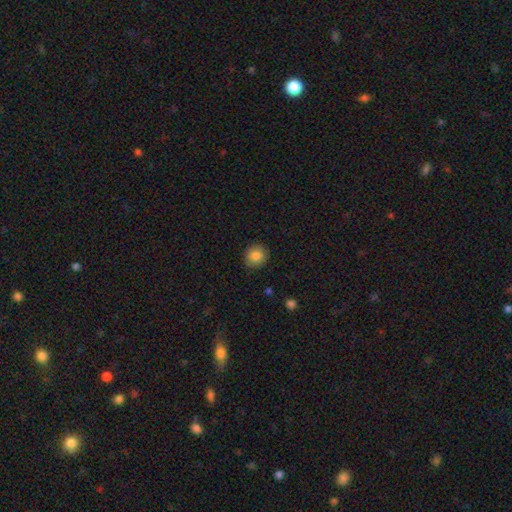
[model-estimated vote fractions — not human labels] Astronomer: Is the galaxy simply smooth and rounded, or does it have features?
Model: smooth — 85%.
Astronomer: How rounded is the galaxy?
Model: round — 88%.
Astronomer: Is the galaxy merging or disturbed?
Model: none — 88%.